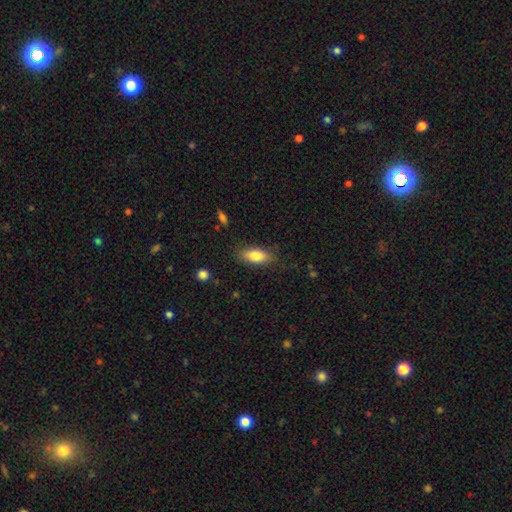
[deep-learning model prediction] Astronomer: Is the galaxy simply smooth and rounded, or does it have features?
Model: smooth — 81%.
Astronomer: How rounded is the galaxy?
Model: in between — 79%.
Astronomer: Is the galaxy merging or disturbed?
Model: none — 82%.